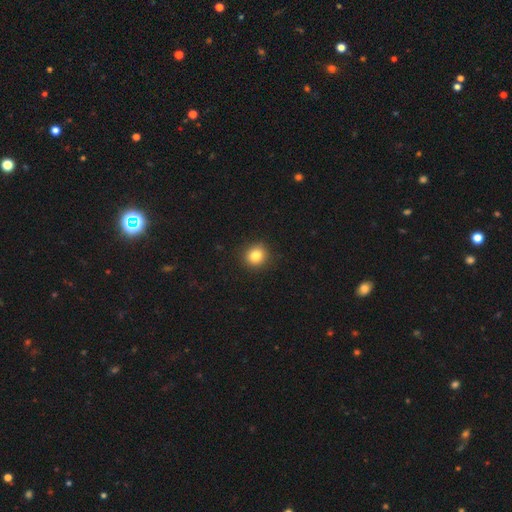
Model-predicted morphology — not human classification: Q: Smooth or featured?
A: smooth (83%); runner-up: star or artifact (11%)
Q: How rounded?
A: round (87%); runner-up: in between (12%)
Q: Merging?
A: none (91%); runner-up: minor disturbance (6%)